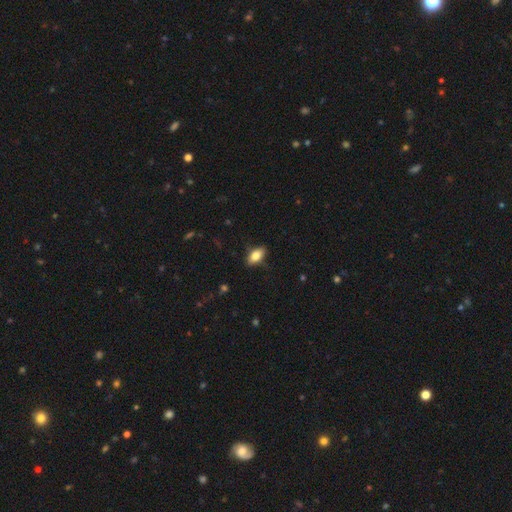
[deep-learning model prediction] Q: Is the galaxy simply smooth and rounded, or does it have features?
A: smooth — 82%.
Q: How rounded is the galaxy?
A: in between — 89%.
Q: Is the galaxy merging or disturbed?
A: none — 84%.